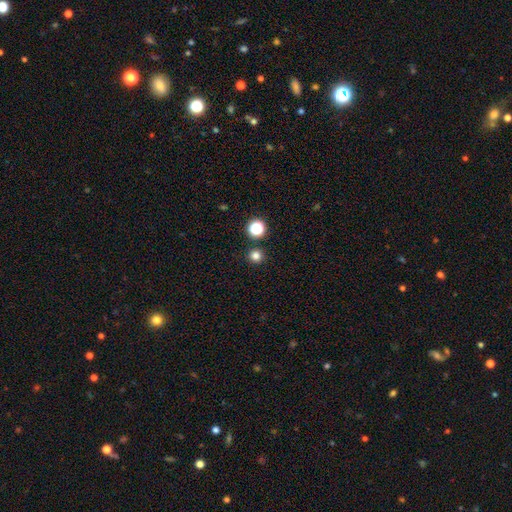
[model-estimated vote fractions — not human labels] This appears to be a smooth galaxy with no disk features (80%) that is round (94%). Merging: none (89%).